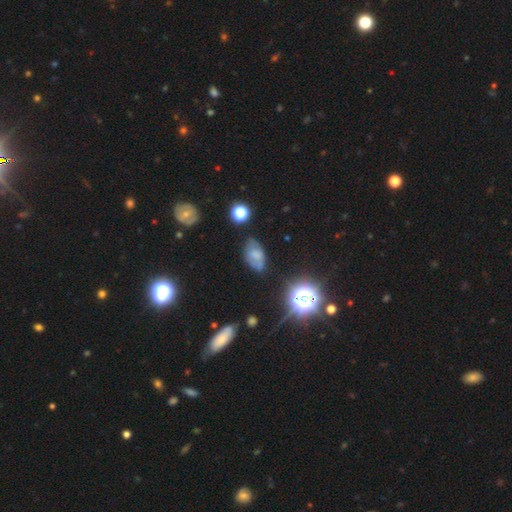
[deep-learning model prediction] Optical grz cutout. It shows a smooth galaxy with no disk features (58%) that is in between round and cigar-shaped (89%). Merging: none (61%).